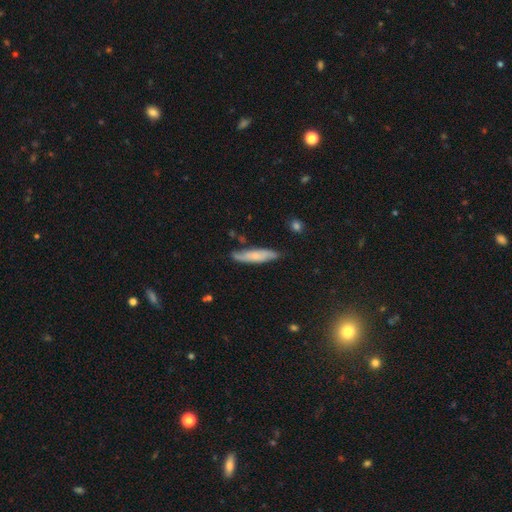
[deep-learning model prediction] This is possibly a smooth galaxy (54%). How rounded: likely cigar-shaped (76%). Merging: likely none (75%).